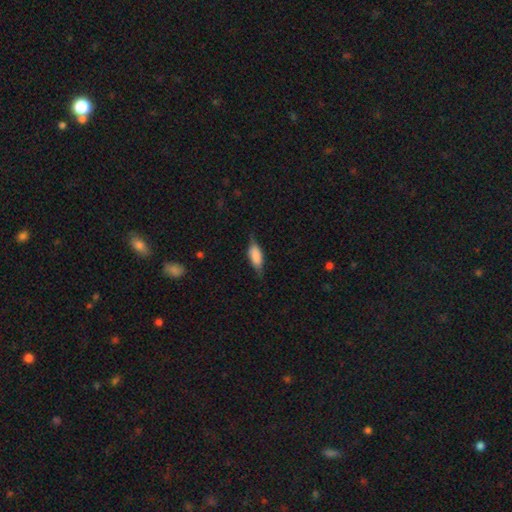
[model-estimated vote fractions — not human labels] Q: Smooth or featured?
A: smooth (70%); runner-up: featured or disk (23%)
Q: How rounded?
A: in between (73%); runner-up: cigar-shaped (25%)
Q: Merging?
A: none (69%); runner-up: minor disturbance (23%)